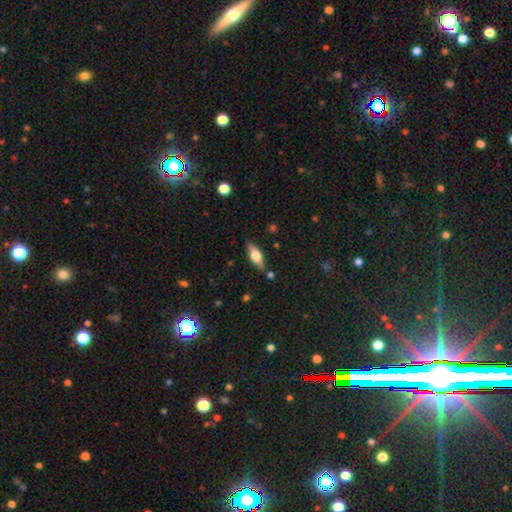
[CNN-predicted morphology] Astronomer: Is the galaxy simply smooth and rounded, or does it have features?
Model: smooth — 52% (runner-up: featured or disk, 41%).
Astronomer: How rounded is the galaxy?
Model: in between — 63%.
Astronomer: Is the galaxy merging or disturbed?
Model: none — 82%.